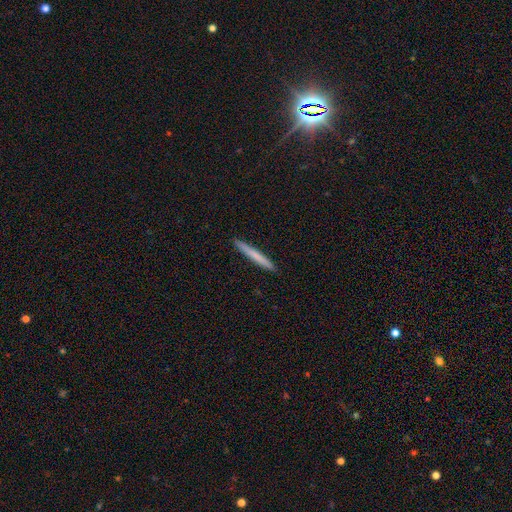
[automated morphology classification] smooth 69%, featured or disk 26%, star or artifact 6%. Down the decision tree: how rounded — cigar-shaped (97%); merging — none (93%).